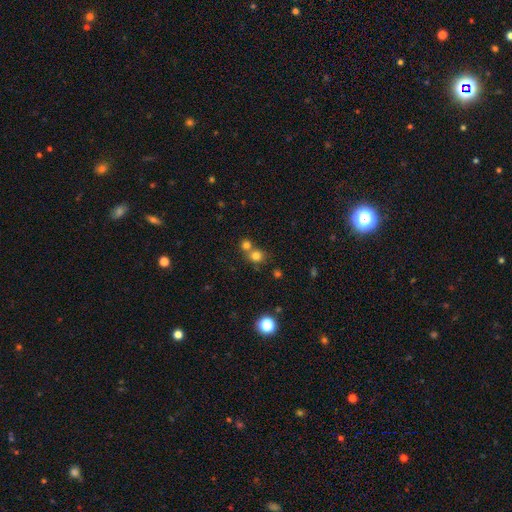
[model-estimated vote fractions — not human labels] A smooth galaxy with no disk features (77%) that is round (85%). Merging: none (51%).